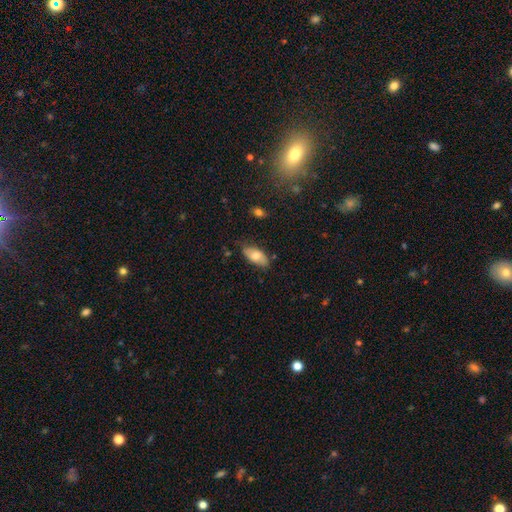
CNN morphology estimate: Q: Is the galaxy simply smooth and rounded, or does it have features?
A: smooth — 71%.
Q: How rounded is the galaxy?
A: in between — 91%.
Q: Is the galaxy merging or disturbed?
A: none — 74%.